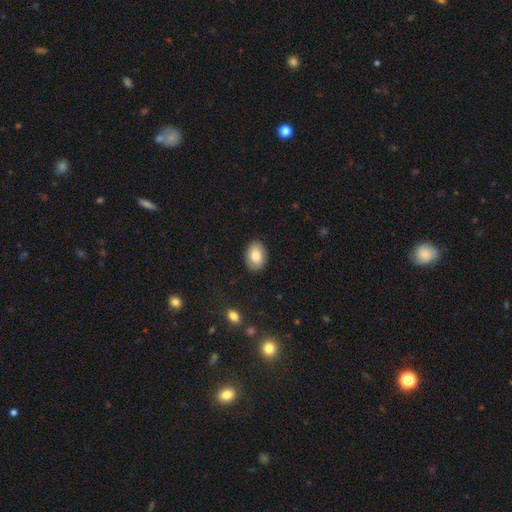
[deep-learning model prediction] smooth 82%, featured or disk 11%, star or artifact 7%. Down the decision tree: how rounded — in between (79%); merging — none (87%).